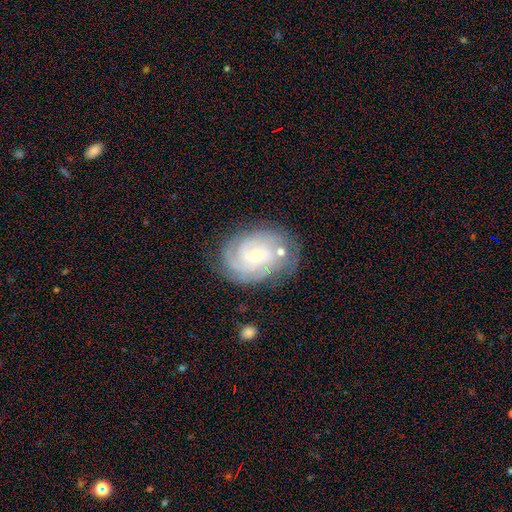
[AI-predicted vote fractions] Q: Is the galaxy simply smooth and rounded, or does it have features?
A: featured or disk — 83%.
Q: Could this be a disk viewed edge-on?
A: no — 97%.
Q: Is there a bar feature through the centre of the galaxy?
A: no — 61%.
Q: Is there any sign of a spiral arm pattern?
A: yes — 96%.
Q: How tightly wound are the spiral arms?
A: tight — 70%.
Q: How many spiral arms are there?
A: can't tell — 27%.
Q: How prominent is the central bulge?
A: small — 60%.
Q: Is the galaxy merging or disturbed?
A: none — 72%.